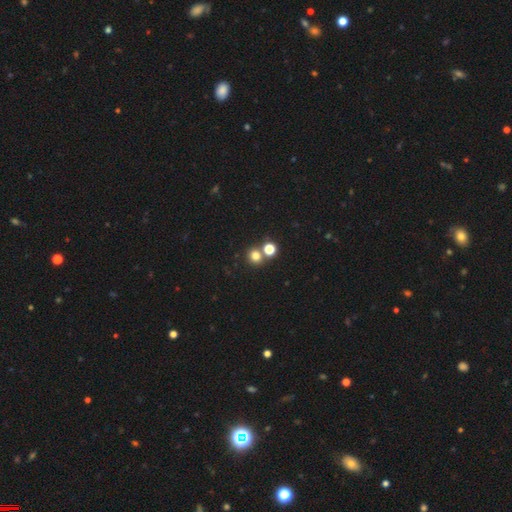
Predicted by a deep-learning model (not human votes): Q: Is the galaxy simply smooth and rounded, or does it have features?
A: smooth — 76%.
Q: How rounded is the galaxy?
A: round — 87%.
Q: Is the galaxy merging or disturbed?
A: none — 66%.